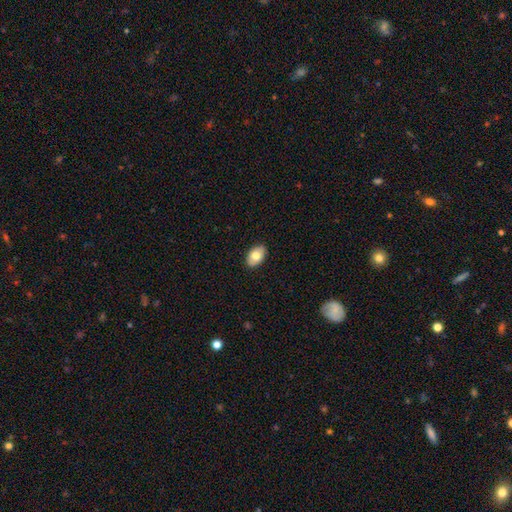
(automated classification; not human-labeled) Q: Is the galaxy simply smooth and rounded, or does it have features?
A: smooth — 74%.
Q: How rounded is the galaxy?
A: in between — 90%.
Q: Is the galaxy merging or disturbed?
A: none — 88%.